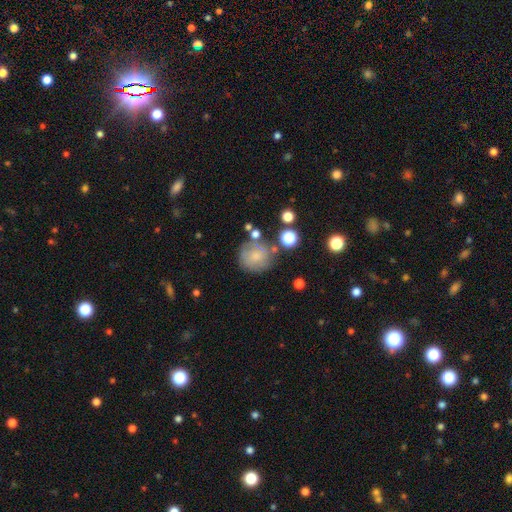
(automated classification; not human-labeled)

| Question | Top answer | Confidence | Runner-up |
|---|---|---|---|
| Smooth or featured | smooth | 60% | featured or disk (29%) |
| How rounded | round | 89% | in between (10%) |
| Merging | none | 64% | minor disturbance (18%) |